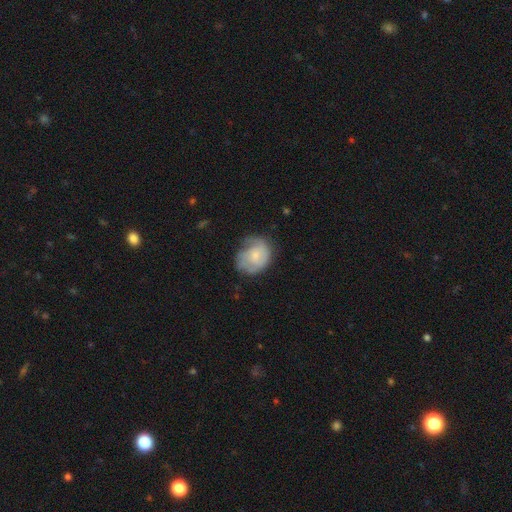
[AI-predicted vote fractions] smooth-or-featured: featured or disk: 47% | smooth: 46% | star or artifact: 7%
  merging: none: 53% | minor disturbance: 31% | major disturbance: 15% | merger: 2%